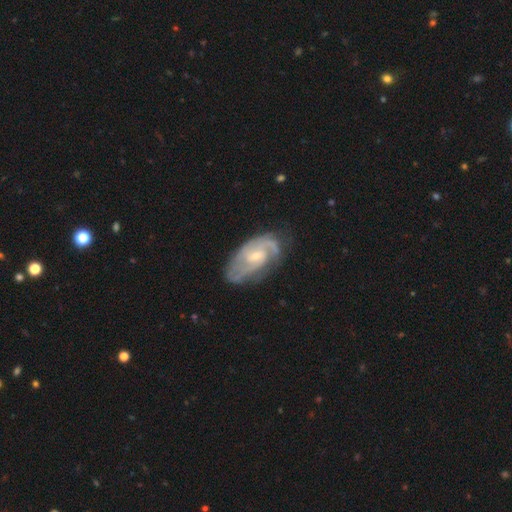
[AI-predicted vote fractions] Smooth or featured: featured or disk — 84% (smooth — 10%)
Edge-on disk: no — 96% (yes — 4%)
Bar: no — 57% (weak — 37%)
Spiral arms: yes — 95% (no — 5%)
Spiral winding: tight — 49% (medium — 39%)
Spiral arm count: 2 — 46% (can't tell — 25%)
Bulge size: small — 60% (moderate — 36%)
Merging: none — 67% (minor disturbance — 23%)